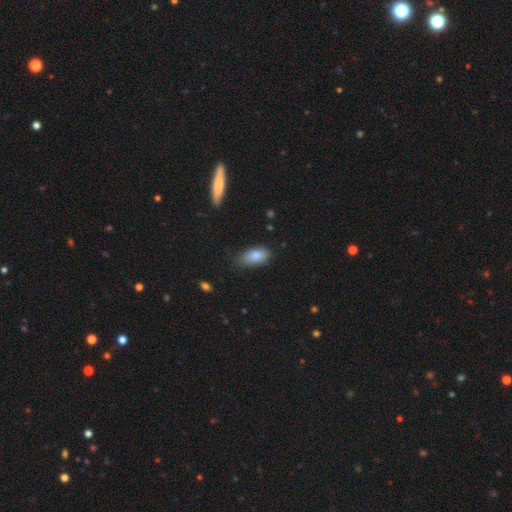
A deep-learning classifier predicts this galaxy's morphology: Q: Smooth or featured?
A: smooth (81%); runner-up: featured or disk (11%)
Q: How rounded?
A: in between (89%); runner-up: cigar-shaped (7%)
Q: Merging?
A: none (63%); runner-up: minor disturbance (29%)